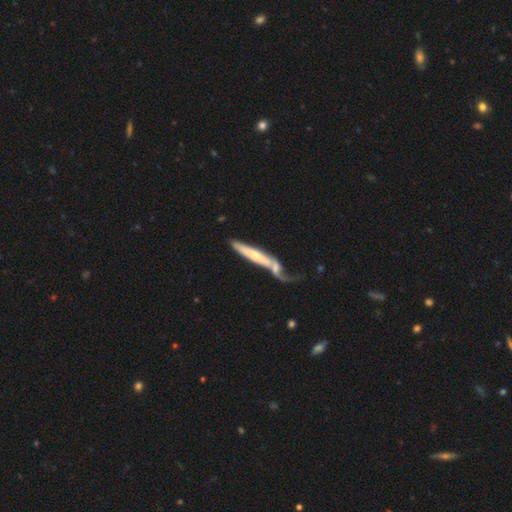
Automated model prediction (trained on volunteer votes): A featured or disk galaxy (49%).

Vote fractions:
- Smooth or featured? featured or disk: 49% / smooth: 45% / star or artifact: 6%
- Merging? merger: 41% / none: 30% / minor disturbance: 15% / major disturbance: 14%